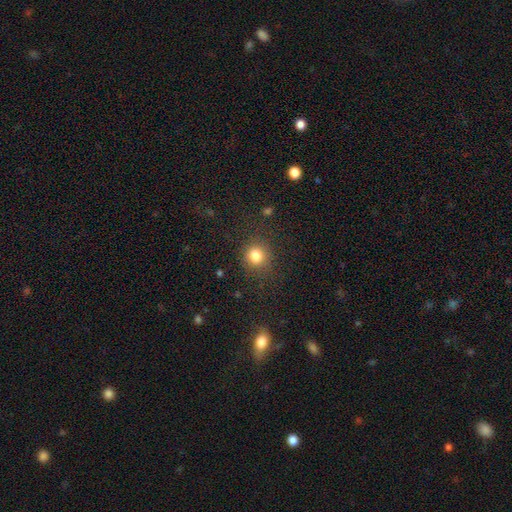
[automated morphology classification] This is clearly a smooth galaxy (81%). How rounded: clearly round (88%). Merging: clearly none (85%).